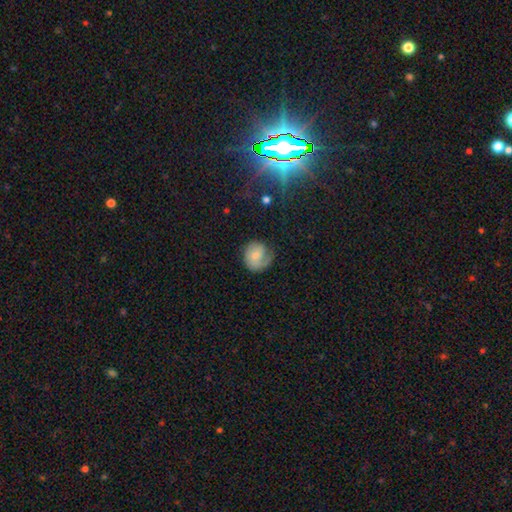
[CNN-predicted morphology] Smooth or featured?
  - smooth: 52% *
  - featured or disk: 41%
  - star or artifact: 8%
How rounded?
  - round: 78% *
  - in between: 21%
  - cigar-shaped: 1%
Merging?
  - none: 59% *
  - minor disturbance: 24%
  - major disturbance: 15%
  - merger: 2%